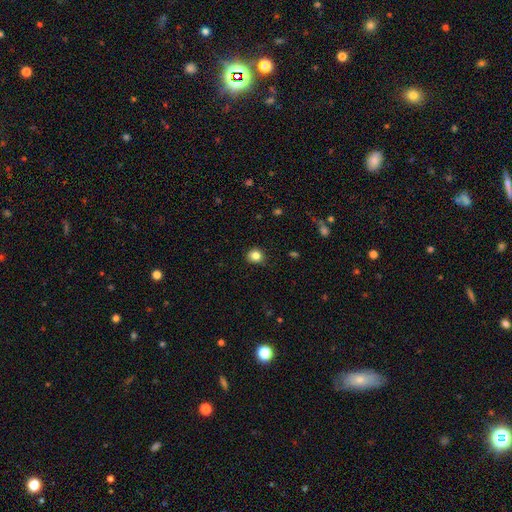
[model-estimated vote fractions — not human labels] Q: Smooth or featured?
A: smooth (84%); runner-up: star or artifact (11%)
Q: How rounded?
A: round (83%); runner-up: in between (17%)
Q: Merging?
A: none (85%); runner-up: minor disturbance (12%)